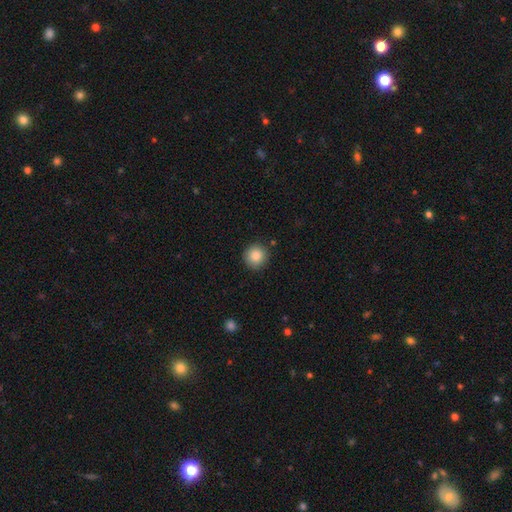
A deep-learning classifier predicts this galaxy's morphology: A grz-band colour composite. It shows a smooth galaxy with no disk features (86%) that is round (94%). Merging: none (89%).